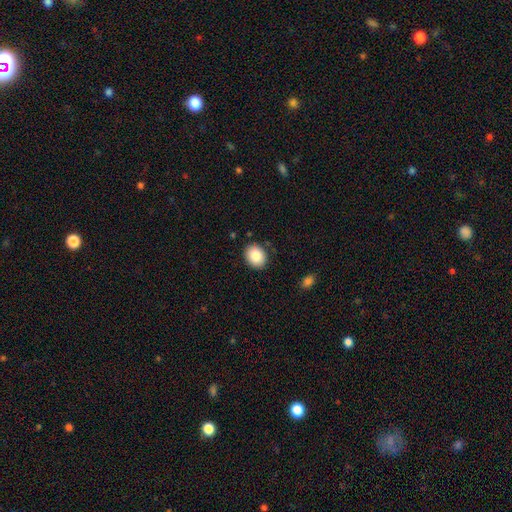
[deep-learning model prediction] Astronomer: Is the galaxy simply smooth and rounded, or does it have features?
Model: smooth — 84%.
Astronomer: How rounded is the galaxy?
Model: round — 50% (runner-up: in between, 49%).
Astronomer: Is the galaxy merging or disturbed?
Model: none — 88%.